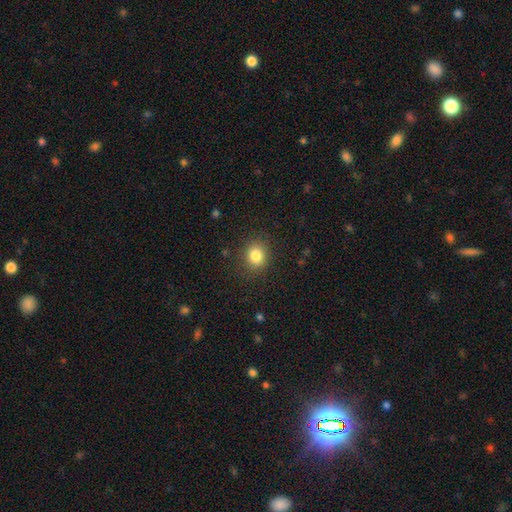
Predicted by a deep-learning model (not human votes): smooth_or_featured: smooth (p=0.83) [alt: star or artifact p=0.11]
how_rounded: round (p=0.75) [alt: in between p=0.24]
merging: none (p=0.87) [alt: minor disturbance p=0.09]